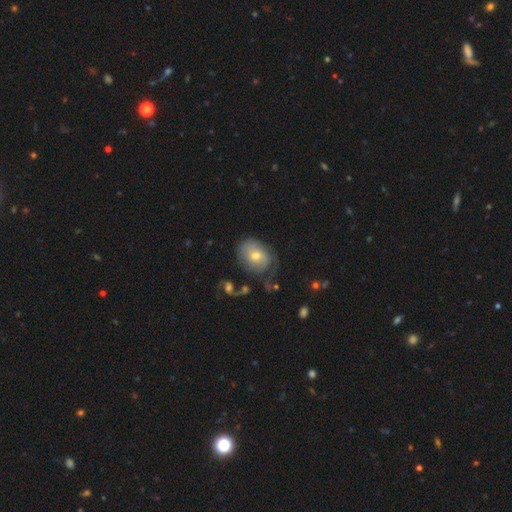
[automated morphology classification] A smooth galaxy with no disk features (50%).

Vote fractions:
- Smooth or featured? smooth: 50% / featured or disk: 40% / star or artifact: 10%
- Merging? none: 55% / minor disturbance: 27% / major disturbance: 14% / merger: 4%